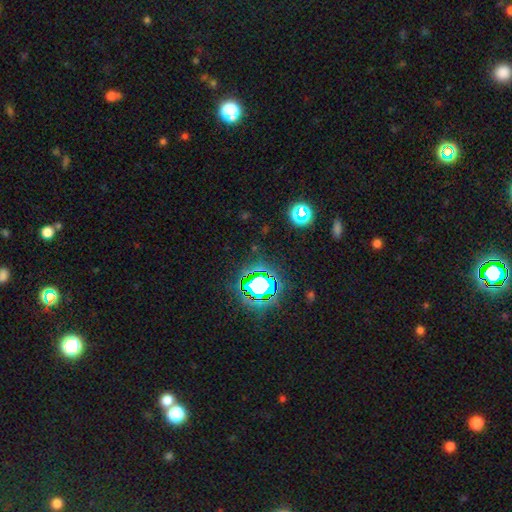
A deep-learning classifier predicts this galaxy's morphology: Smooth or featured?
  - star or artifact: 76% *
  - smooth: 17%
  - featured or disk: 8%